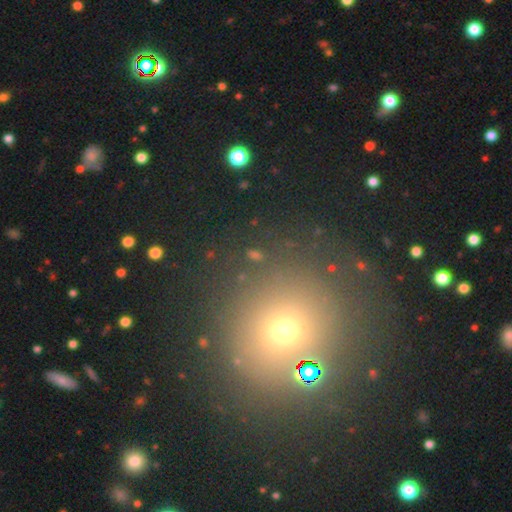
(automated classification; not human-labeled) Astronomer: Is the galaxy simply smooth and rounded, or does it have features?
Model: smooth — 53% (runner-up: star or artifact, 36%).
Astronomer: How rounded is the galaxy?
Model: round — 75%.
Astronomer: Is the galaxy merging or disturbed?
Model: none — 83%.